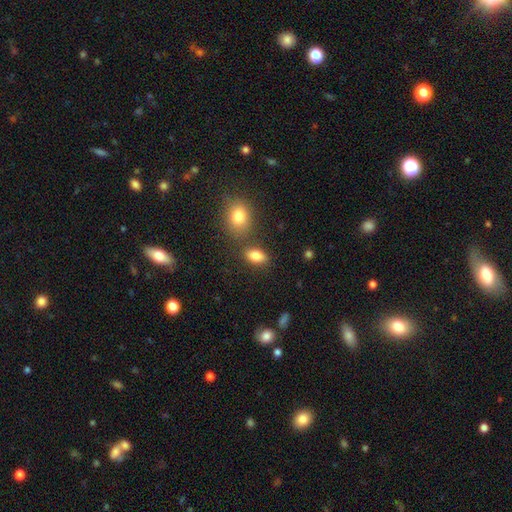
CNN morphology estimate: The model was most divided on "merging": none: 73%, minor disturbance: 12%, merger: 11%, major disturbance: 4%. More confident: how rounded — in between (87%); smooth or featured — smooth (83%).